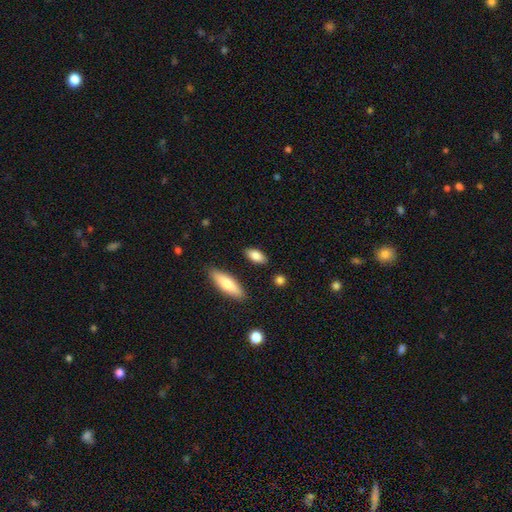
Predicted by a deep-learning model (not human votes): This appears to be a smooth galaxy with no disk features (83%) that is in between round and cigar-shaped (83%). Merging: none (85%).